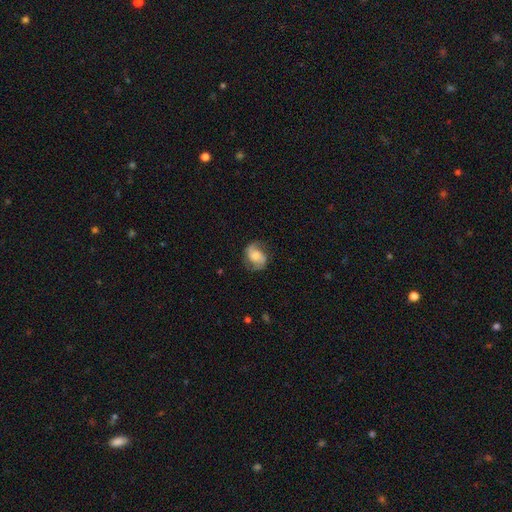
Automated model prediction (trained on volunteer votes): Smooth or featured: featured or disk — 66% (smooth — 26%)
Edge-on disk: no — 97% (yes — 3%)
Bar: no — 52% (weak — 36%)
Spiral arms: yes — 93% (no — 7%)
Spiral winding: medium — 43% (loose — 39%)
Spiral arm count: 2 — 89% (can't tell — 4%)
Bulge size: moderate — 43% (small — 27%)
Merging: none — 74% (minor disturbance — 18%)